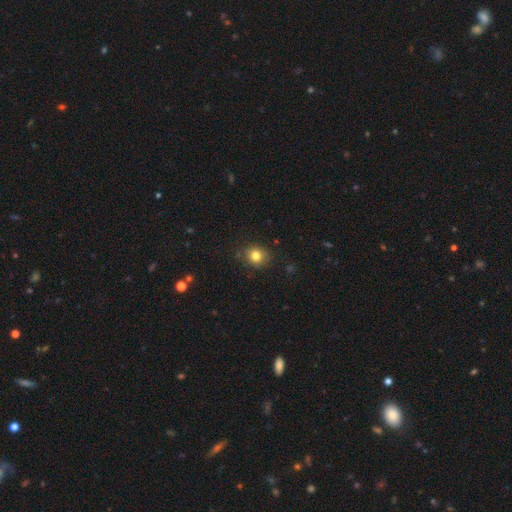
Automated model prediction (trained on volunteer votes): The model was most divided on "how rounded": round: 80%, in between: 19%, cigar-shaped: 1%. More confident: merging — none (84%); smooth or featured — smooth (81%).